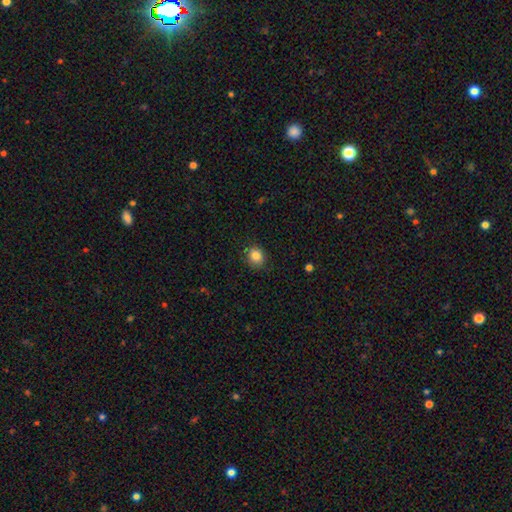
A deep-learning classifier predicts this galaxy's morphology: This appears to be a smooth galaxy with no disk features (84%) that is round (75%). Merging: none (84%).